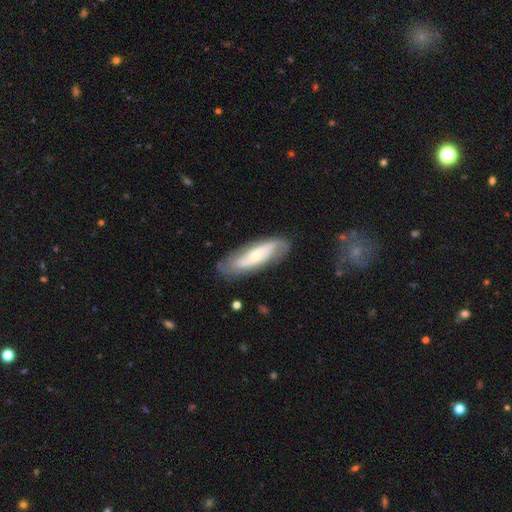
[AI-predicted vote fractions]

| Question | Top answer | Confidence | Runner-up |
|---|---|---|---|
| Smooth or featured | featured or disk | 68% | smooth (26%) |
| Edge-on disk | no | 83% | yes (17%) |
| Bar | no | 49% | weak (33%) |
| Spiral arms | yes | 87% | no (13%) |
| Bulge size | small | 54% | moderate (39%) |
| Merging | none | 77% | minor disturbance (16%) |